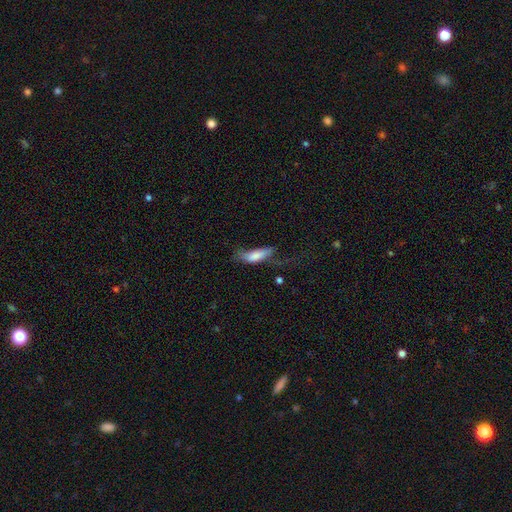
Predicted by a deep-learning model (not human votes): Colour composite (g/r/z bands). It shows a smooth galaxy with no disk features (76%) that is in between round and cigar-shaped (62%). Merging: major disturbance (40%).